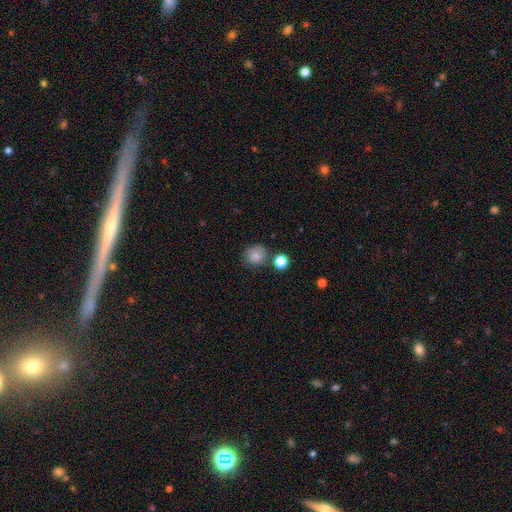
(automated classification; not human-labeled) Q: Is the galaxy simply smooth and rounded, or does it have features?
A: smooth — 83%.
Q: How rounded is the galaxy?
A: round — 84%.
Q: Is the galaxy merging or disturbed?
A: none — 73%.